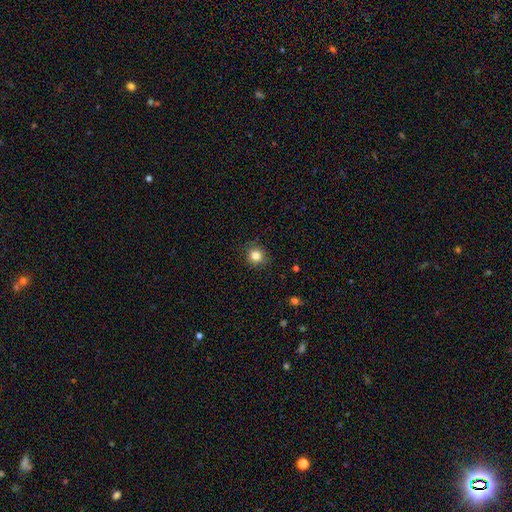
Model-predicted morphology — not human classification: The model was most divided on "smooth or featured": smooth: 83%, star or artifact: 12%, featured or disk: 5%. More confident: how rounded — round (89%); merging — none (89%).